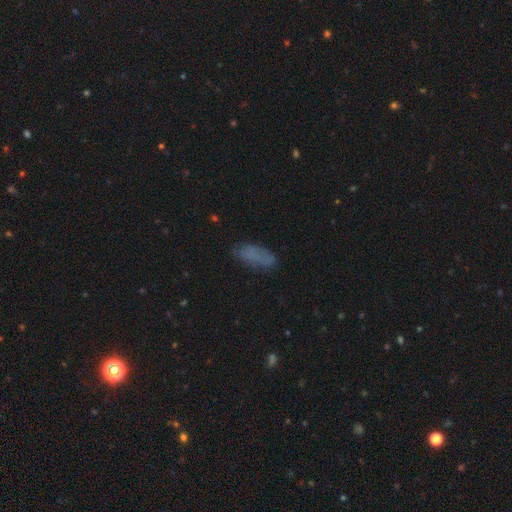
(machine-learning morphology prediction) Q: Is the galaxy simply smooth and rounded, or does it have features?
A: smooth — 68%.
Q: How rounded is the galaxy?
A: in between — 76%.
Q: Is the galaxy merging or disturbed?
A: none — 67%.